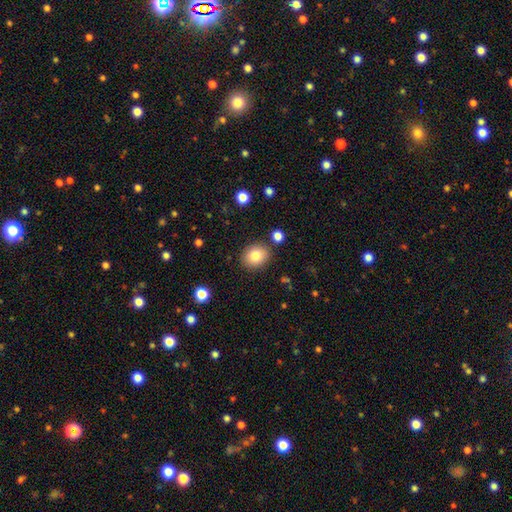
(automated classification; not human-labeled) smooth-or-featured: smooth: 82% | star or artifact: 9% | featured or disk: 9%
  how-rounded: round: 58% | in between: 41% | cigar-shaped: 1%
  merging: none: 85% | minor disturbance: 9% | merger: 3% | major disturbance: 3%